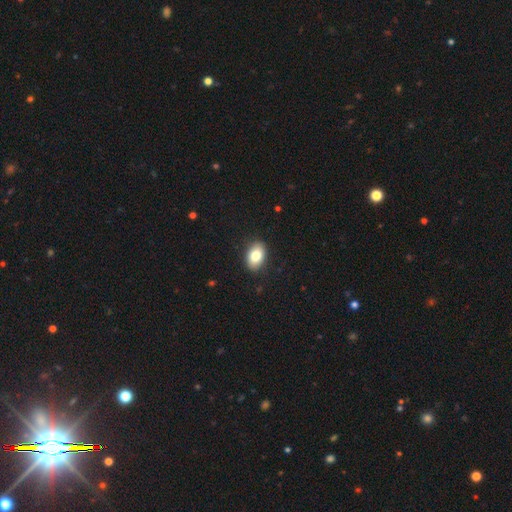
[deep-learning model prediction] smooth 82%, featured or disk 11%, star or artifact 7%. Down the decision tree: how rounded — in between (87%); merging — none (89%).